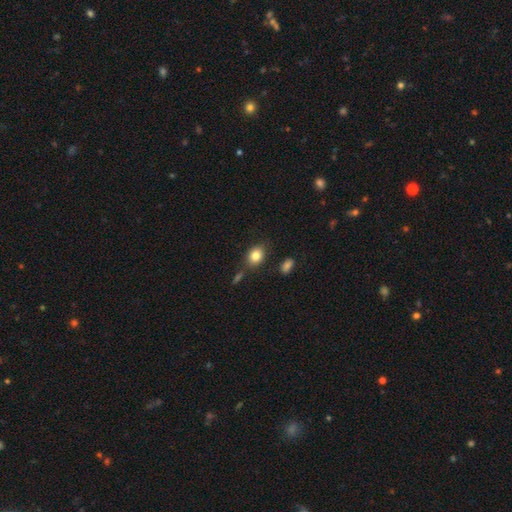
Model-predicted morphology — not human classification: Smooth or featured? Predicted: smooth (p=0.83). How rounded? Predicted: in between (p=0.61). Merging? Predicted: none (p=0.75).